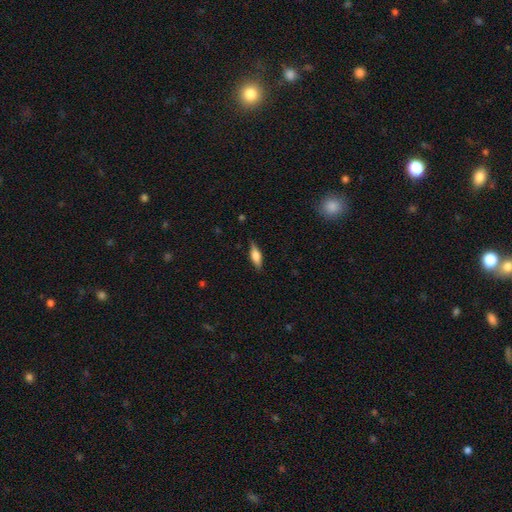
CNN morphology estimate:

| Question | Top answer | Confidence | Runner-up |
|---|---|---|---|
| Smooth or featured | smooth | 60% | featured or disk (33%) |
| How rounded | in between | 60% | cigar-shaped (37%) |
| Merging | none | 82% | minor disturbance (14%) |